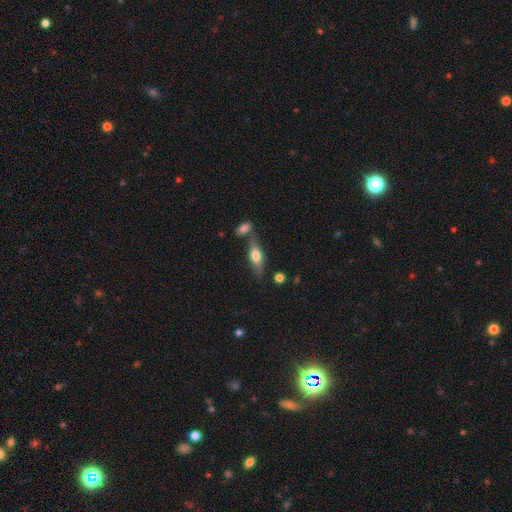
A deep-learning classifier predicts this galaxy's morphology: smooth 55%, featured or disk 39%, star or artifact 7%. Down the decision tree: how rounded — in between (53%); merging — none (65%).